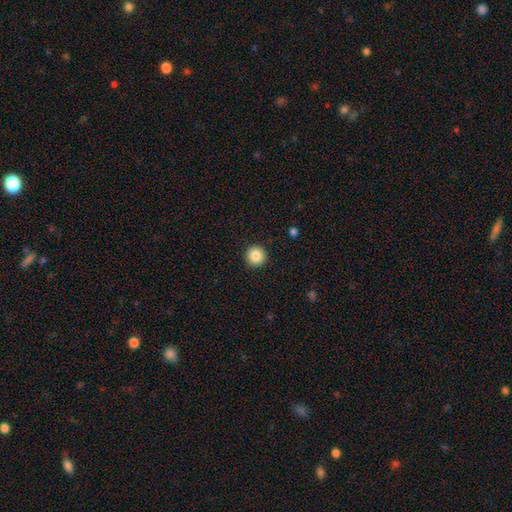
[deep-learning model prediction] smooth_or_featured: smooth (p=0.86) [alt: star or artifact p=0.09]
how_rounded: round (p=0.96) [alt: in between p=0.03]
merging: none (p=0.93) [alt: minor disturbance p=0.04]